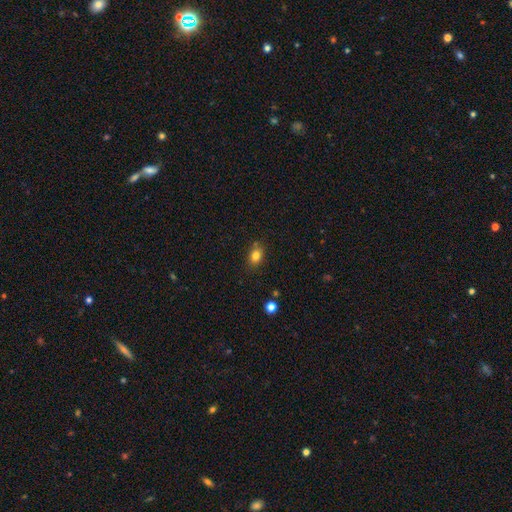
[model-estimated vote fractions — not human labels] A smooth galaxy with no disk features (81%) that is in between round and cigar-shaped (70%). Merging: none (79%).